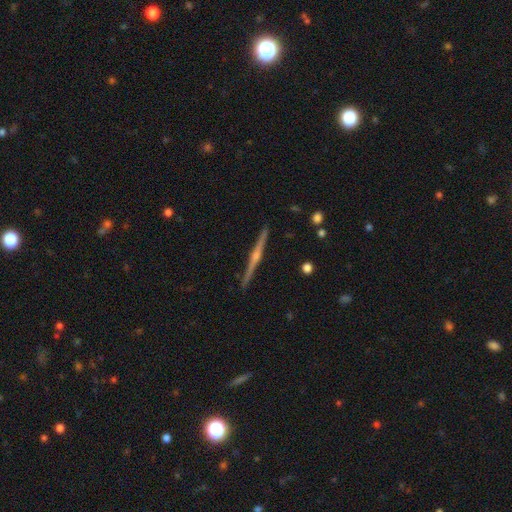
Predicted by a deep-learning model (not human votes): The model was most divided on "smooth or featured": featured or disk: 83%, smooth: 12%, star or artifact: 5%. More confident: edge-on disk — yes (99%); merging — none (92%); edge-on bulge — rounded (85%).